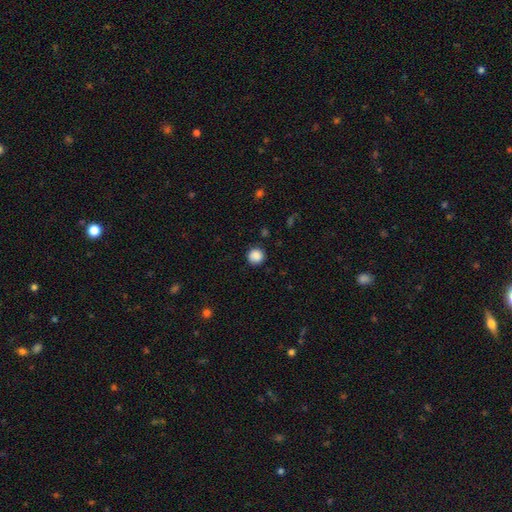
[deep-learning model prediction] smooth_or_featured: smooth (p=0.88) [alt: star or artifact p=0.09]
how_rounded: round (p=0.94) [alt: in between p=0.05]
merging: none (p=0.89) [alt: minor disturbance p=0.07]